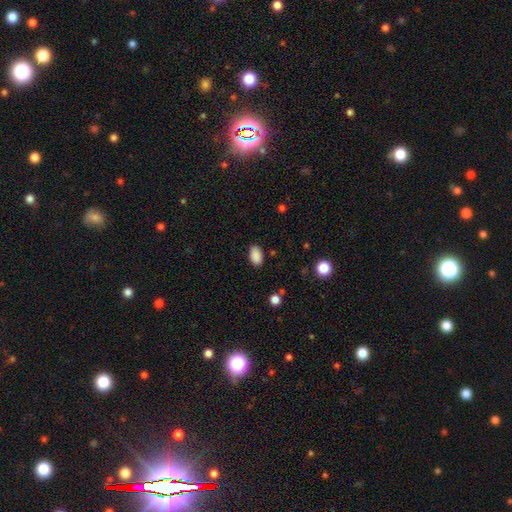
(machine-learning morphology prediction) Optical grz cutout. It shows a smooth galaxy with no disk features (89%) that is in between round and cigar-shaped (93%). Merging: none (87%).